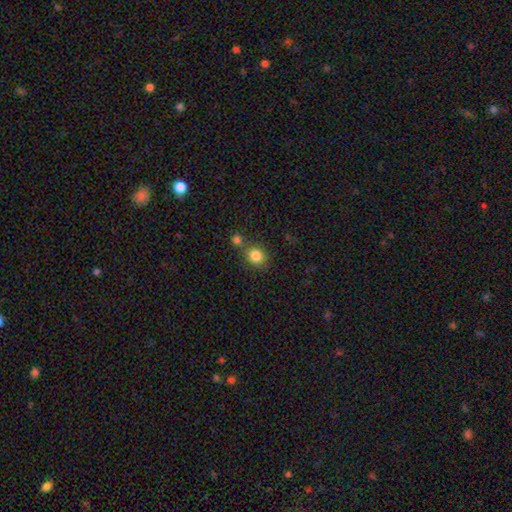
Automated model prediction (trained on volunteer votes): Smooth or featured? smooth (84%)
How rounded? round (75%)
Merging? none (66%)